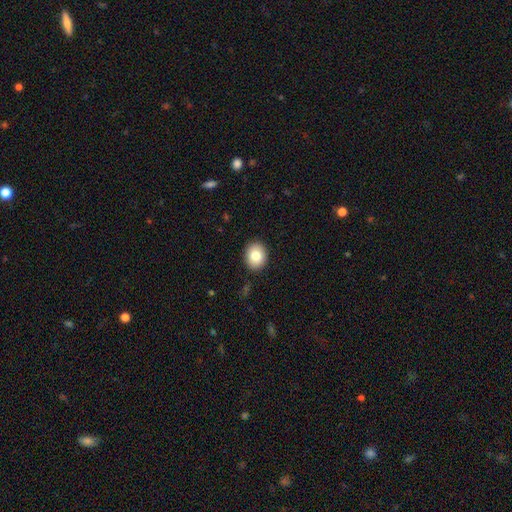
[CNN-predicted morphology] Smooth or featured: smooth — 82% (featured or disk — 9%)
How rounded: round — 54% (in between — 45%)
Merging: none — 90% (minor disturbance — 7%)